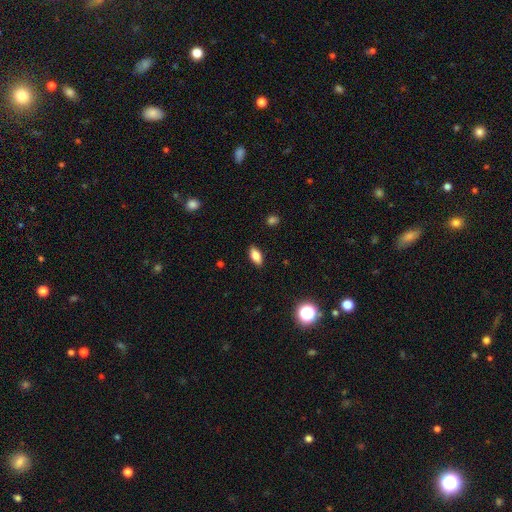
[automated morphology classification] smooth-or-featured: smooth: 82% | featured or disk: 10% | star or artifact: 9%
  how-rounded: in between: 88% | cigar-shaped: 8% | round: 4%
  merging: none: 89% | minor disturbance: 8% | major disturbance: 2% | merger: 1%